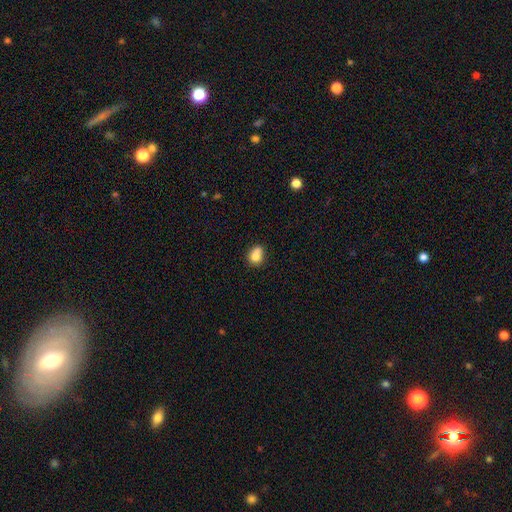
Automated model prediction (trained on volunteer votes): Smooth or featured? Predicted: smooth (p=0.78). How rounded? Predicted: round (p=0.55). Merging? Predicted: none (p=0.46).